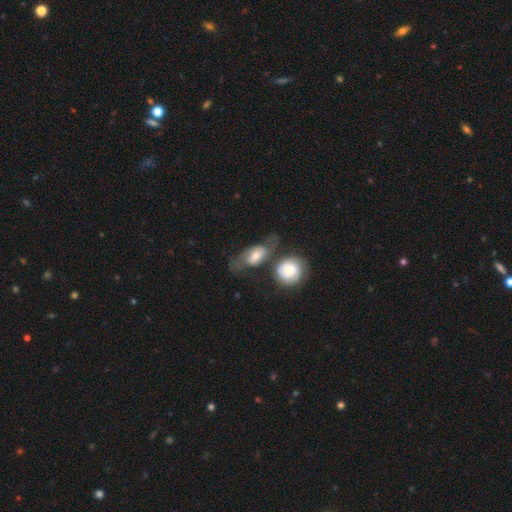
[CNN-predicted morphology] Q: Smooth or featured?
A: featured or disk (50%); runner-up: smooth (43%)
Q: Merging?
A: none (41%); runner-up: merger (25%)